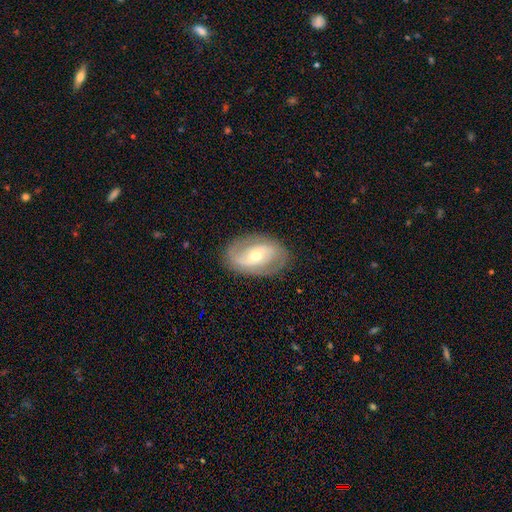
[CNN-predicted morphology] smooth_or_featured: featured or disk (p=0.76) [alt: smooth p=0.18]
disk_edge_on: no (p=0.95) [alt: yes p=0.05]
bar: no (p=0.40) [alt: weak p=0.37]
has_spiral_arms: yes (p=0.83) [alt: no p=0.17]
spiral_winding: medium (p=0.42) [alt: loose p=0.30]
spiral_arm_count: 2 (p=0.83) [alt: can't tell p=0.10]
bulge_size: moderate (p=0.52) [alt: small p=0.44]
merging: none (p=0.82) [alt: minor disturbance p=0.12]